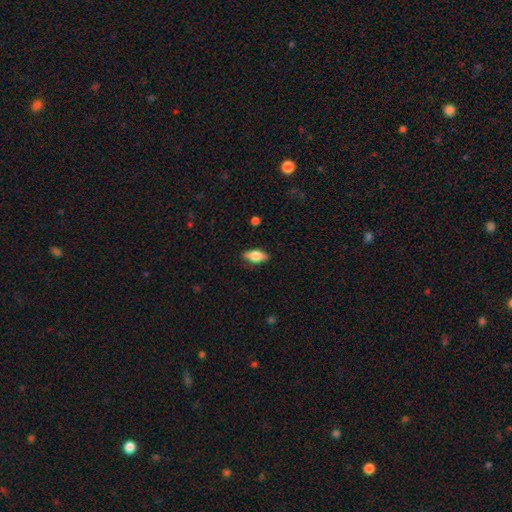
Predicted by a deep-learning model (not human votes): smooth 71%, featured or disk 22%, star or artifact 7%. Down the decision tree: how rounded — in between (85%); merging — none (85%).